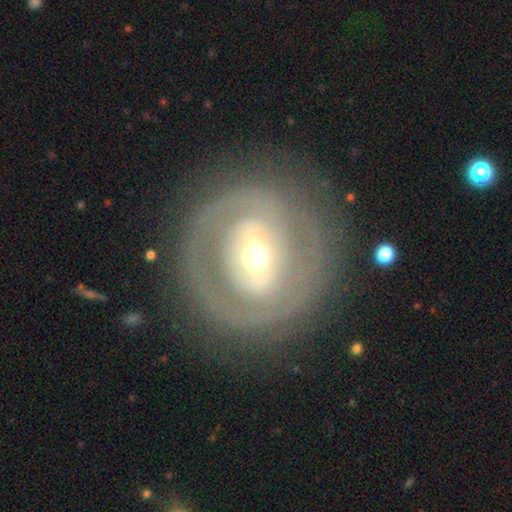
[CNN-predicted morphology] This appears to be a featured or disk galaxy (68%) with no bar (38%), no spiral arms (58%) and a moderate central bulge (55%). Merging: none (76%).